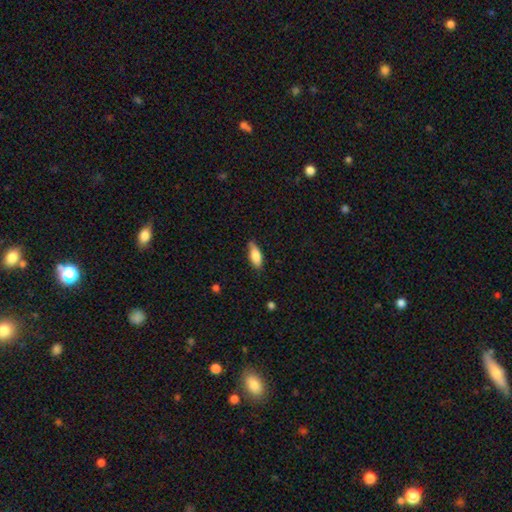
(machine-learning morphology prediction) smooth 81%, featured or disk 13%, star or artifact 6%. Down the decision tree: how rounded — in between (74%); merging — none (74%).